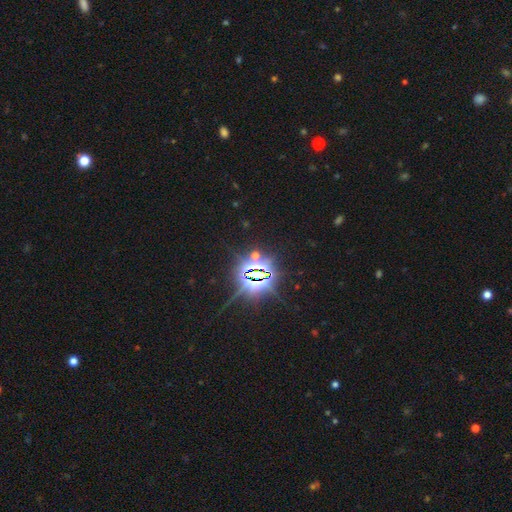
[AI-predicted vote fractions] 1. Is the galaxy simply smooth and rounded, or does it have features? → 81% star or artifact, 12% smooth, 7% featured or disk.